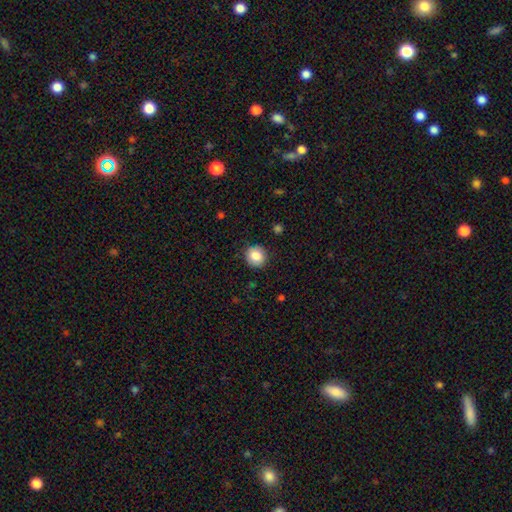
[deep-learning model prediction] The model was most divided on "smooth or featured": smooth: 84%, star or artifact: 9%, featured or disk: 7%. More confident: how rounded — round (89%); merging — none (88%).